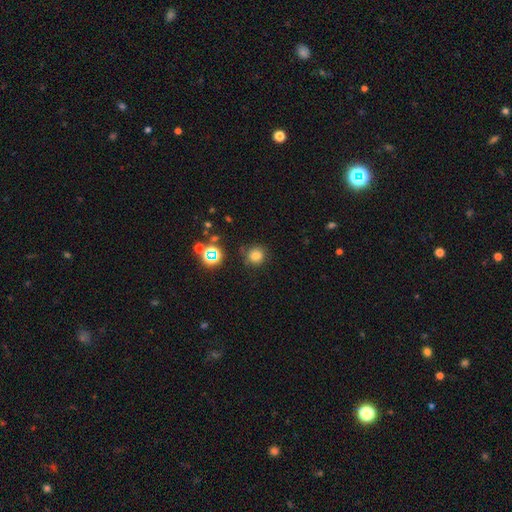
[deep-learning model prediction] This is likely a smooth galaxy (75%). How rounded: clearly round (91%). Merging: clearly none (82%).